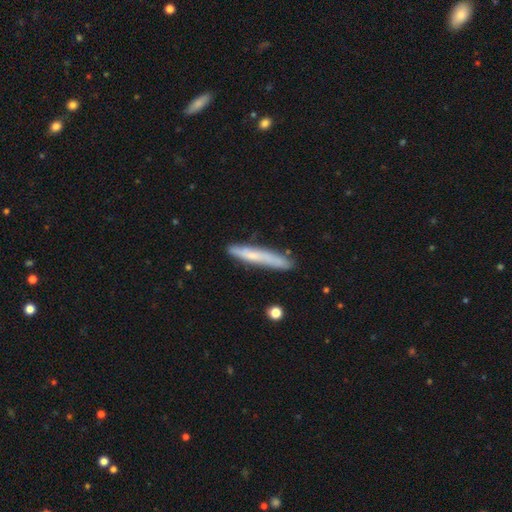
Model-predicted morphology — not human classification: Smooth or featured: smooth — 57% (featured or disk — 36%)
How rounded: cigar-shaped — 94% (in between — 4%)
Merging: none — 81% (minor disturbance — 14%)